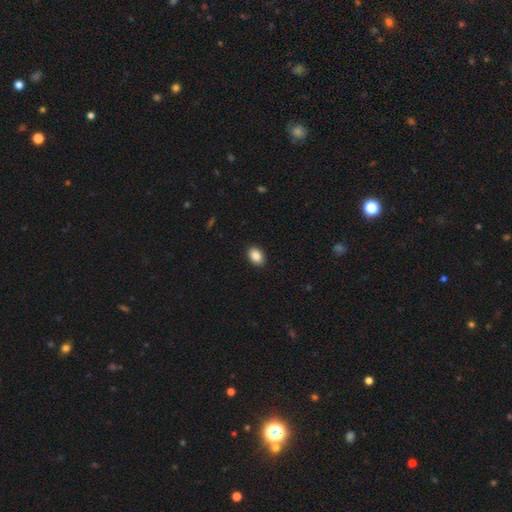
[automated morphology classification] Smooth or featured? smooth (88%)
How rounded? in between (79%)
Merging? none (90%)